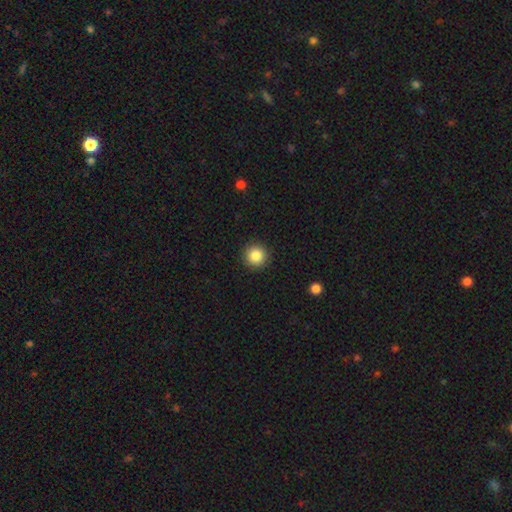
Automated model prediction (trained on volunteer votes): Overall: smooth (85%). How rounded: round (95%). Merging: none (92%).